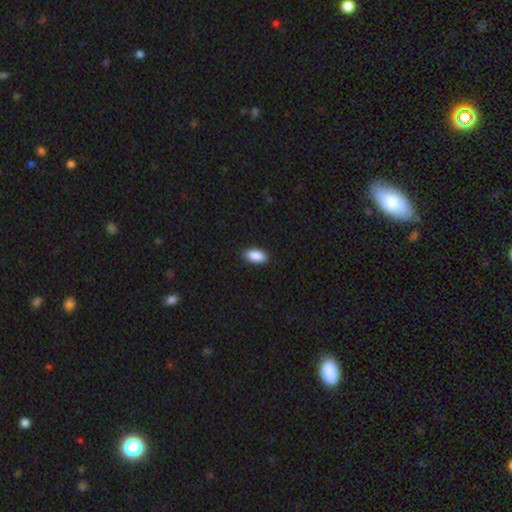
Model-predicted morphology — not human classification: Smooth or featured? smooth (90%)
How rounded? in between (93%)
Merging? none (89%)